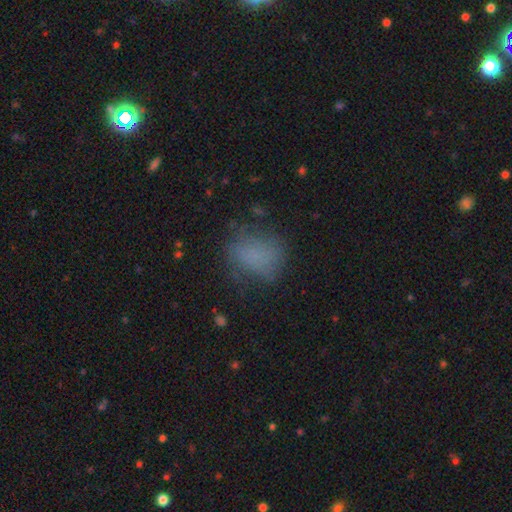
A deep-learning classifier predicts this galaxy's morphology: Q: Smooth or featured?
A: smooth (73%); runner-up: star or artifact (15%)
Q: How rounded?
A: in between (61%); runner-up: round (38%)
Q: Merging?
A: none (65%); runner-up: minor disturbance (22%)